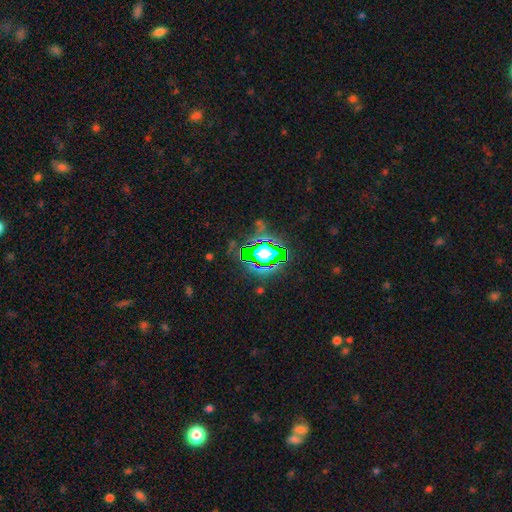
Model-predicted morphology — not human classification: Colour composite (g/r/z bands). It shows a star or artifact, not a galaxy (79%).